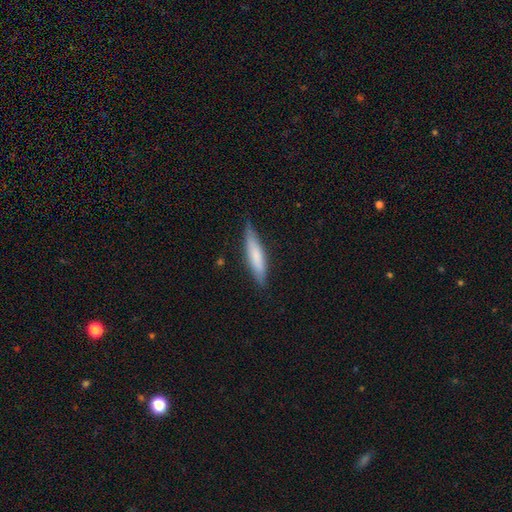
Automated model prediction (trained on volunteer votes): Morphology: type=smooth (69%); roundness=cigar-shaped (85%); merging=none (82%).